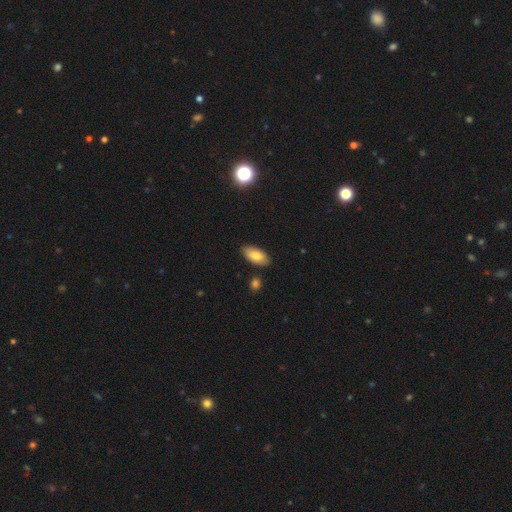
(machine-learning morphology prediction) type=smooth (81%); roundness=in between (92%); merging=none (84%).